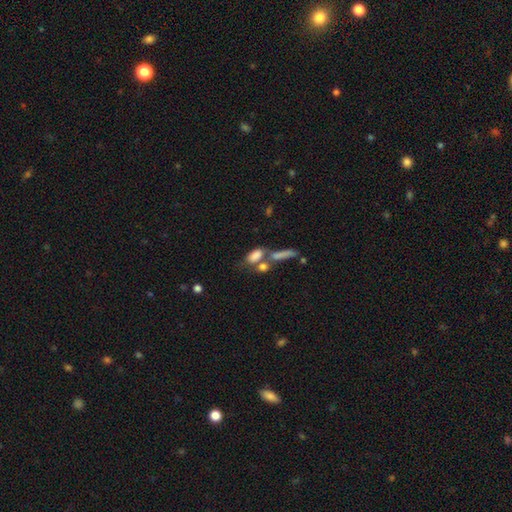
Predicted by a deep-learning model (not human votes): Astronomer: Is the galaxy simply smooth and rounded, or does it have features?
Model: smooth — 78%.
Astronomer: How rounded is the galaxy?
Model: in between — 79%.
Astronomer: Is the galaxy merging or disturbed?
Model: merger — 44% (runner-up: none, 37%).